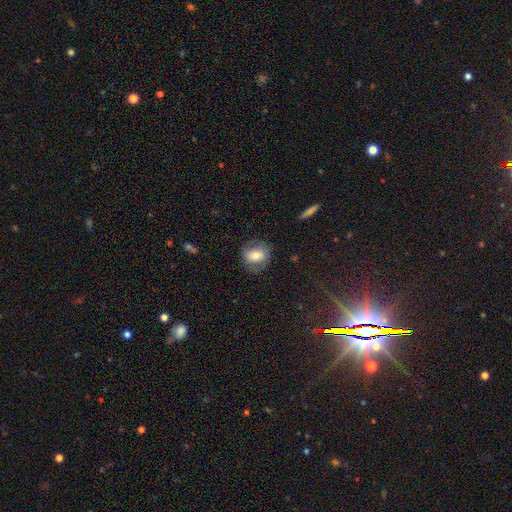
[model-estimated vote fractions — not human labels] A smooth galaxy with no disk features (64%) that is round (61%).

Vote fractions:
- Smooth or featured? smooth: 64% / featured or disk: 27% / star or artifact: 9%
- How rounded? round: 61% / in between: 38% / cigar-shaped: 2%
- Merging? none: 74% / minor disturbance: 18% / major disturbance: 8% / merger: 1%